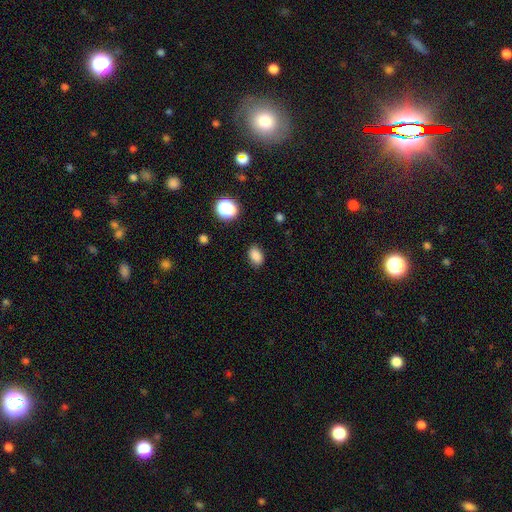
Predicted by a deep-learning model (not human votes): The model was most divided on "how rounded": in between: 82%, round: 17%, cigar-shaped: 1%. More confident: smooth or featured — smooth (85%); merging — none (84%).